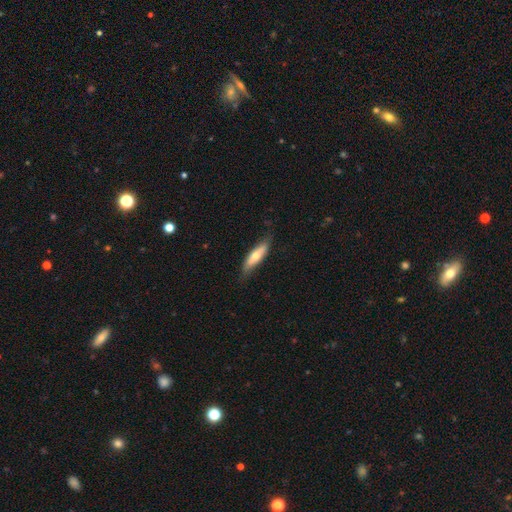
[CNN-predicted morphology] This appears to be a smooth galaxy with no disk features (57%) that is cigar-shaped (59%). Merging: none (75%).